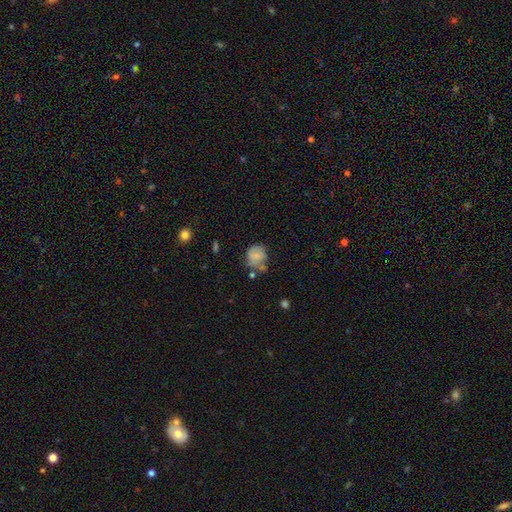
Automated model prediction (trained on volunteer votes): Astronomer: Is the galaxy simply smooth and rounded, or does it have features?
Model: smooth — 65%.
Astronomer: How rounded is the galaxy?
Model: round — 72%.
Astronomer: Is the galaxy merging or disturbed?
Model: none — 49% (runner-up: minor disturbance, 27%).